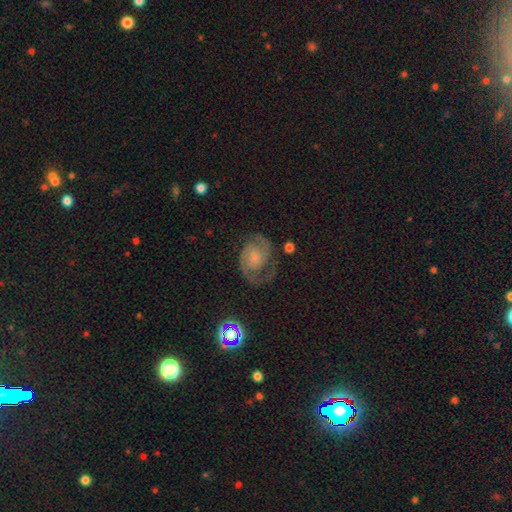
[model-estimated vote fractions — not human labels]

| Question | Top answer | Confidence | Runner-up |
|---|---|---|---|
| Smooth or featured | featured or disk | 88% | star or artifact (6%) |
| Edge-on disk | no | 98% | yes (2%) |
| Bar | no | 62% | weak (31%) |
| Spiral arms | yes | 98% | no (2%) |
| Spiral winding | medium | 51% | tight (39%) |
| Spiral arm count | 2 | 91% | can't tell (3%) |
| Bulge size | small | 49% | moderate (24%) |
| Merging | none | 74% | minor disturbance (16%) |